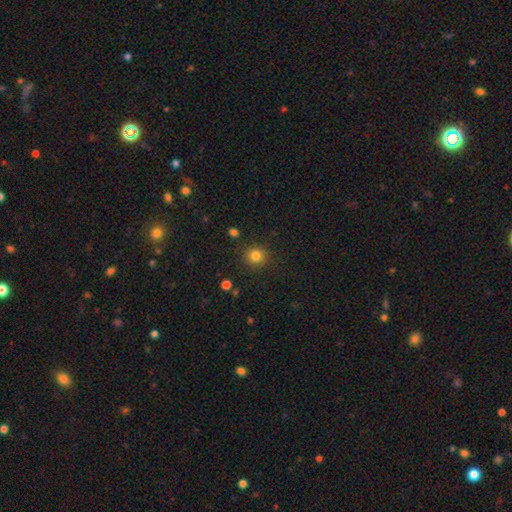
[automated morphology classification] This is clearly a smooth galaxy (82%). How rounded: clearly round (89%). Merging: clearly none (87%).